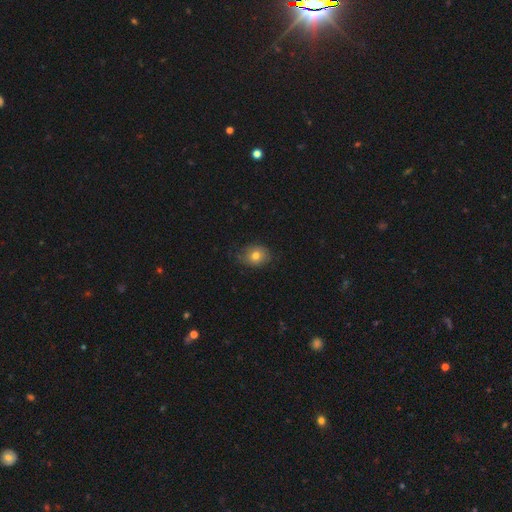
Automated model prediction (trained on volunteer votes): Smooth or featured? Predicted: smooth (p=0.76). How rounded? Predicted: round (p=0.53). Merging? Predicted: none (p=0.69).